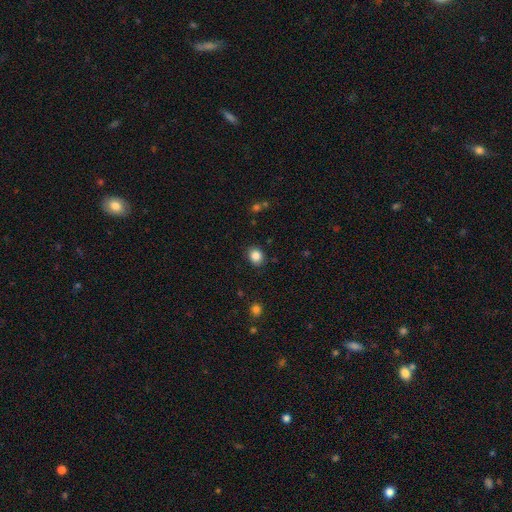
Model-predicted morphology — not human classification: Smooth or featured? Predicted: smooth (p=0.86). How rounded? Predicted: round (p=0.63). Merging? Predicted: none (p=0.88).